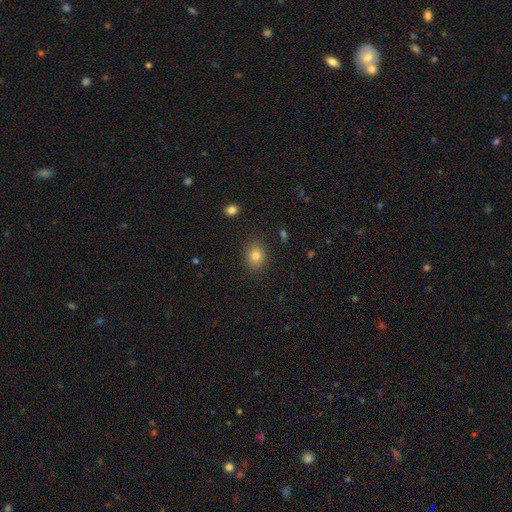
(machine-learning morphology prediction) Smooth or featured?
  - smooth: 82% *
  - star or artifact: 11%
  - featured or disk: 7%
How rounded?
  - round: 55% *
  - in between: 44%
  - cigar-shaped: 1%
Merging?
  - none: 88% *
  - minor disturbance: 8%
  - major disturbance: 2%
  - merger: 1%